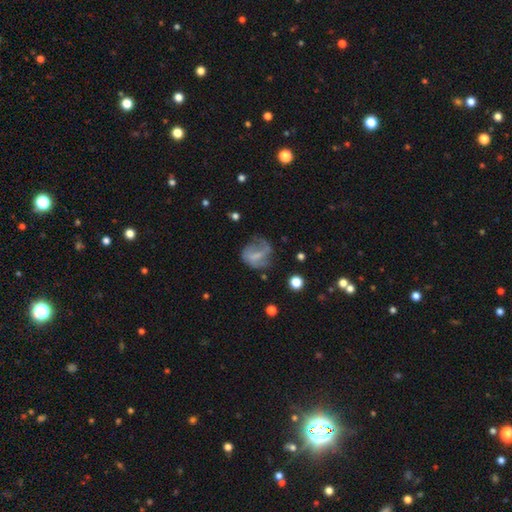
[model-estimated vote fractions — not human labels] Smooth or featured?
  - smooth: 45% *
  - featured or disk: 43%
  - star or artifact: 11%
Merging?
  - none: 39% *
  - major disturbance: 31%
  - minor disturbance: 26%
  - merger: 4%